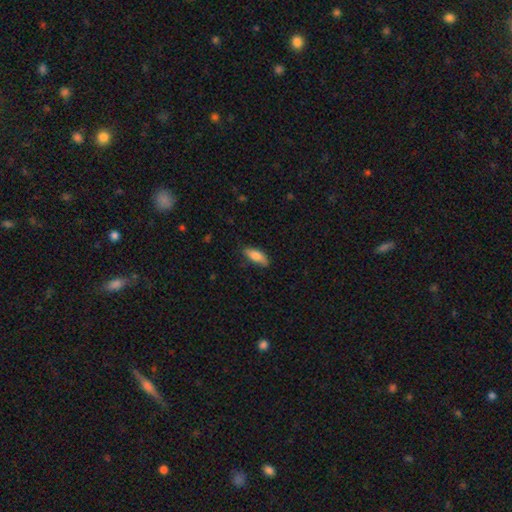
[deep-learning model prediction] The model was most divided on "how rounded": in between: 75%, cigar-shaped: 23%, round: 2%. More confident: smooth or featured — smooth (84%); merging — none (77%).